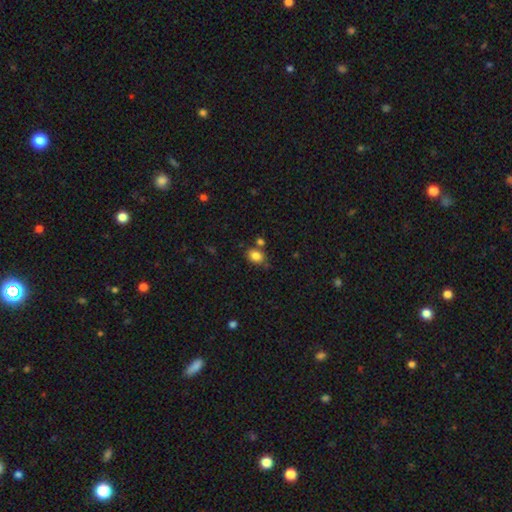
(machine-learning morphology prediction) smooth_or_featured: smooth (p=0.84) [alt: star or artifact p=0.10]
how_rounded: in between (p=0.69) [alt: round p=0.29]
merging: none (p=0.68) [alt: minor disturbance p=0.15]